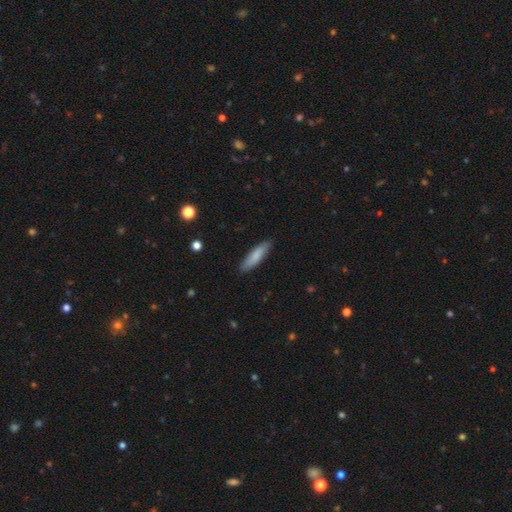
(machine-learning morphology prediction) smooth_or_featured: smooth (p=0.83) [alt: featured or disk p=0.11]
how_rounded: cigar-shaped (p=0.71) [alt: in between p=0.27]
merging: none (p=0.88) [alt: minor disturbance p=0.10]